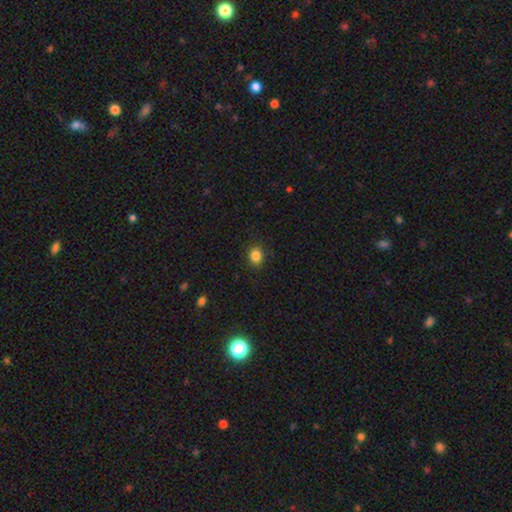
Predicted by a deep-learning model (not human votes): This is clearly a smooth galaxy (85%). How rounded: possibly round (60%). Merging: clearly none (88%).